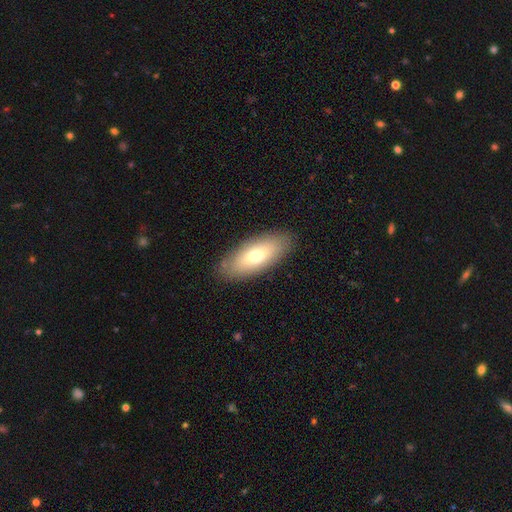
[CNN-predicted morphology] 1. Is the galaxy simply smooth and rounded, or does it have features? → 70% smooth, 23% featured or disk, 7% star or artifact.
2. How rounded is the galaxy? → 81% in between, 16% cigar-shaped, 2% round.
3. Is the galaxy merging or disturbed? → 86% none, 10% minor disturbance, 3% major disturbance, 1% merger.